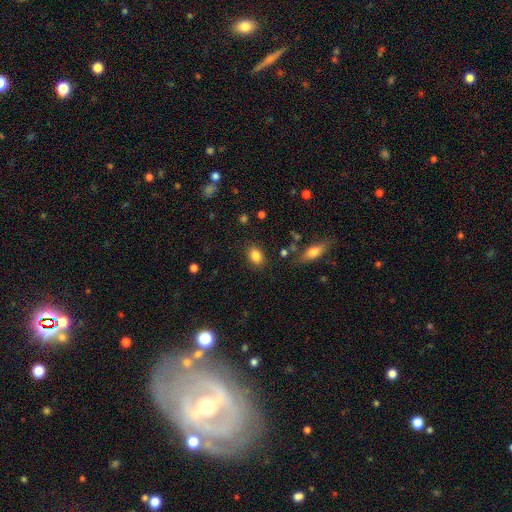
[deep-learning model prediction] Smooth or featured: smooth — 85% (star or artifact — 9%)
How rounded: in between — 78% (round — 20%)
Merging: none — 84% (minor disturbance — 11%)